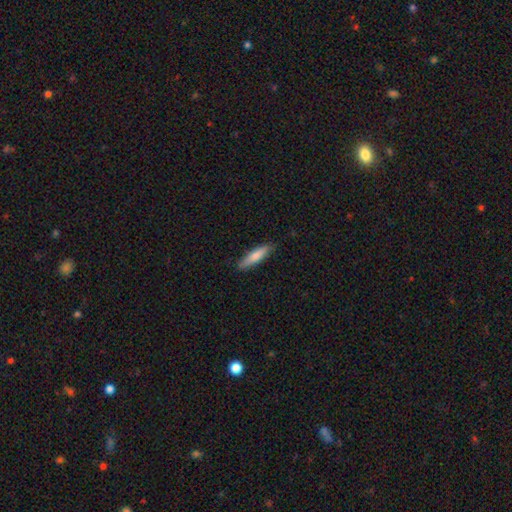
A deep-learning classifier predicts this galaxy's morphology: Q: Smooth or featured?
A: smooth (78%); runner-up: featured or disk (17%)
Q: How rounded?
A: cigar-shaped (76%); runner-up: in between (23%)
Q: Merging?
A: none (87%); runner-up: minor disturbance (11%)